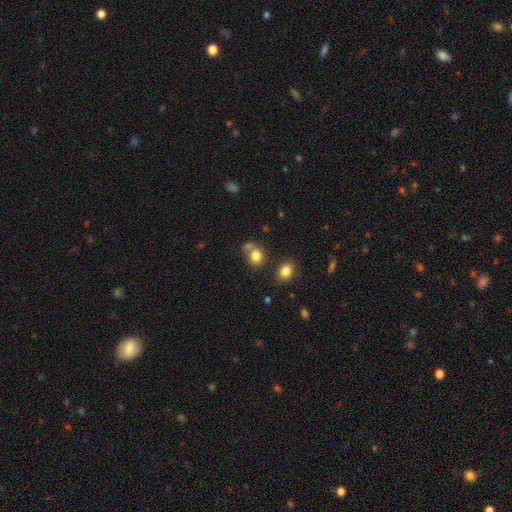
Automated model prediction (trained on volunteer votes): A smooth galaxy with no disk features (80%) that is round (66%). Merging: none (54%).